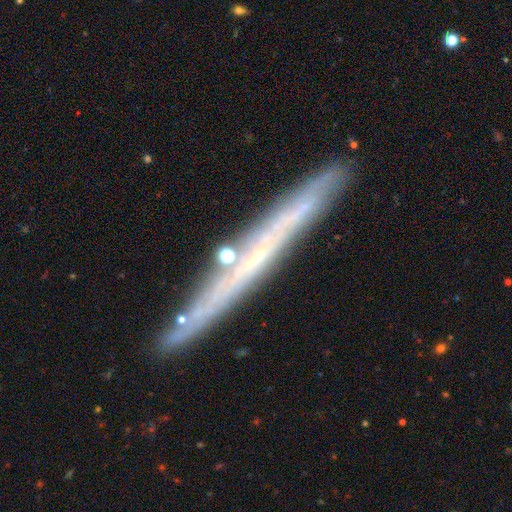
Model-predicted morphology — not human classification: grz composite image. It shows a featured or disk galaxy (67%) viewed edge-on (92%) with no central bulge (86%). Merging: none (85%).